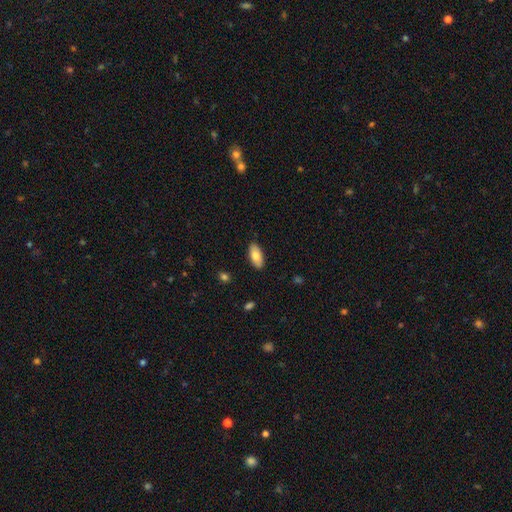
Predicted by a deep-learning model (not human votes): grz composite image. It shows a smooth galaxy with no disk features (79%) that is in between round and cigar-shaped (90%). Merging: none (89%).